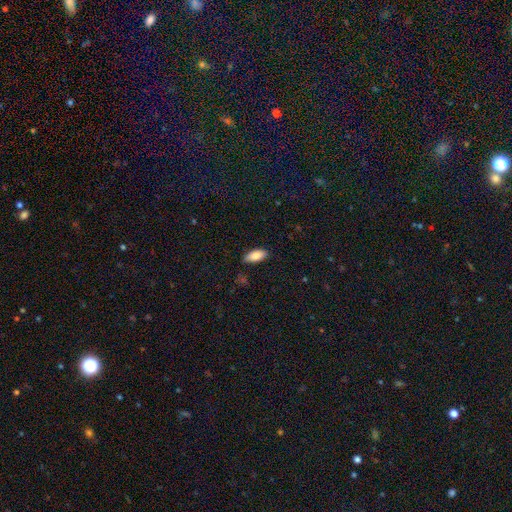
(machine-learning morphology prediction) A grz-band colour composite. It shows a smooth galaxy with no disk features (85%) that is in between round and cigar-shaped (88%). Merging: none (83%).